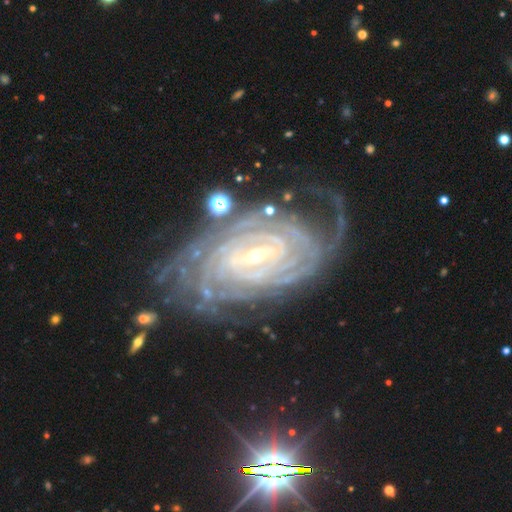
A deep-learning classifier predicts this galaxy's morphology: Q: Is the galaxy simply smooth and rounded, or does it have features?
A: featured or disk — 92%.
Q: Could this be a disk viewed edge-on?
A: no — 96%.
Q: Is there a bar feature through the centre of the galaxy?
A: weak — 44%.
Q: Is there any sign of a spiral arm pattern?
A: yes — 98%.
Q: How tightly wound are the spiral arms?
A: tight — 83%.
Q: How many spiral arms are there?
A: can't tell — 25%.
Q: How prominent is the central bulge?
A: small — 69%.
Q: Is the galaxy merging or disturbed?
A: none — 67%.